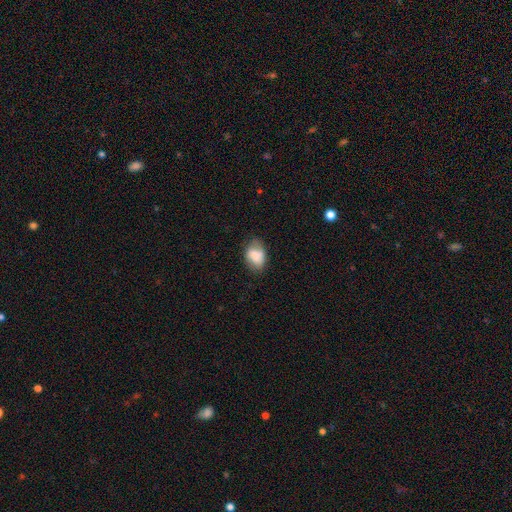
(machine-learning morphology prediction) The model was most divided on "merging": none: 60%, minor disturbance: 29%, major disturbance: 8%, merger: 3%. More confident: how rounded — in between (82%); smooth or featured — smooth (79%).